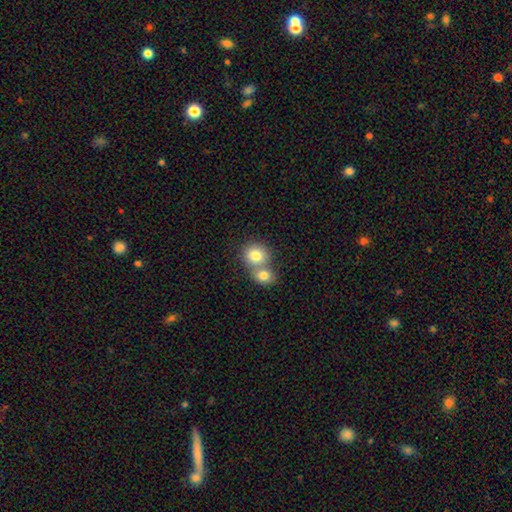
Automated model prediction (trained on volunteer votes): This appears to be a smooth galaxy with no disk features (79%) that is round (82%). Merging: merger (58%).